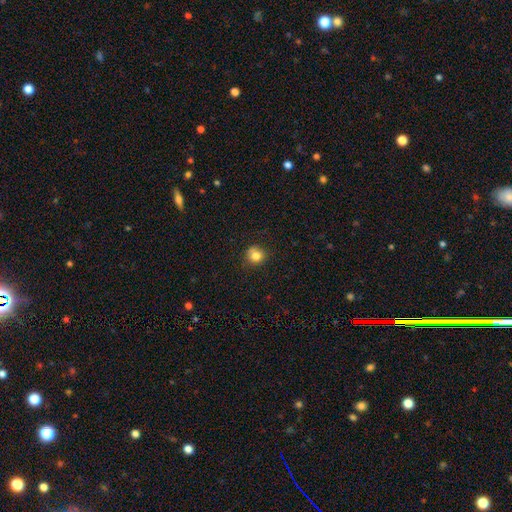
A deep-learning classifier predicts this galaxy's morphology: Smooth or featured? Predicted: smooth (p=0.81). How rounded? Predicted: round (p=0.88). Merging? Predicted: none (p=0.75).